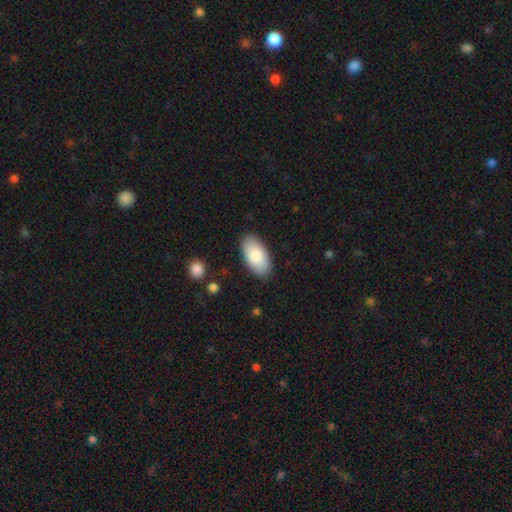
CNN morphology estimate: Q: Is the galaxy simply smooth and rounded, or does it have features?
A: smooth — 86%.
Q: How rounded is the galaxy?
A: in between — 96%.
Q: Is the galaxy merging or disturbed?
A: none — 87%.